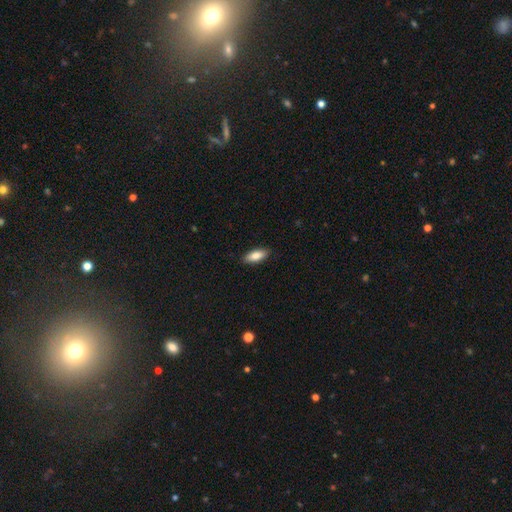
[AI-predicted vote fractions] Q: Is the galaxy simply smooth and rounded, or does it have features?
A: smooth — 85%.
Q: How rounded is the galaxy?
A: in between — 80%.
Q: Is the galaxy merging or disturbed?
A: none — 89%.